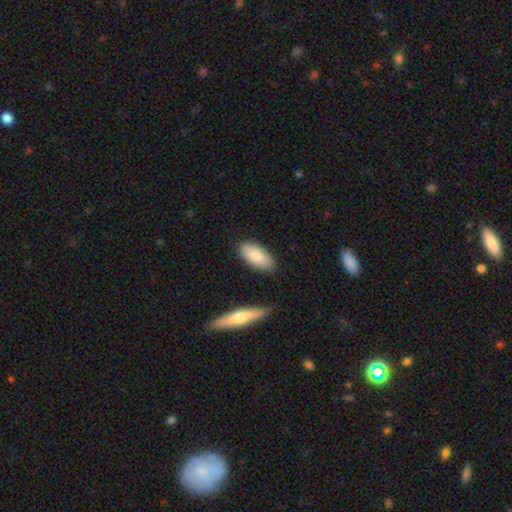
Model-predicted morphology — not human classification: A smooth galaxy with no disk features (82%) that is in between round and cigar-shaped (90%). Merging: none (82%).